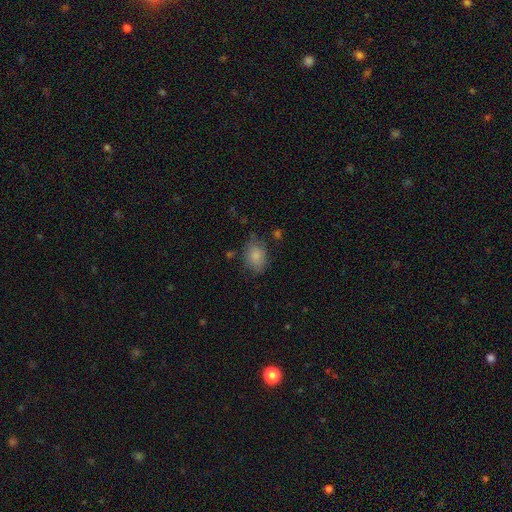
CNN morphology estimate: A smooth galaxy with no disk features (83%) that is in between round and cigar-shaped (73%).

Vote fractions:
- Smooth or featured? smooth: 83% / featured or disk: 9% / star or artifact: 8%
- How rounded? in between: 73% / round: 25% / cigar-shaped: 1%
- Merging? none: 67% / minor disturbance: 23% / major disturbance: 7% / merger: 3%